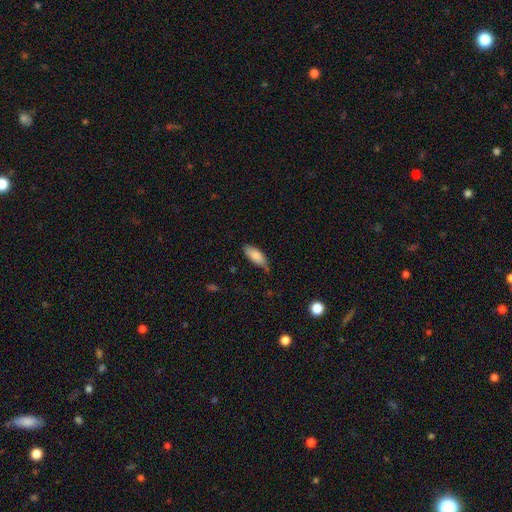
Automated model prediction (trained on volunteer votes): smooth 85%, featured or disk 8%, star or artifact 6%. Down the decision tree: how rounded — in between (81%); merging — none (59%).